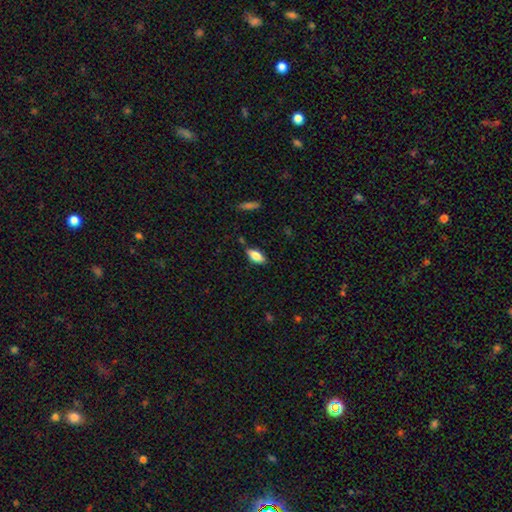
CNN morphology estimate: Smooth or featured? Predicted: smooth (p=0.77). How rounded? Predicted: in between (p=0.86). Merging? Predicted: none (p=0.80).